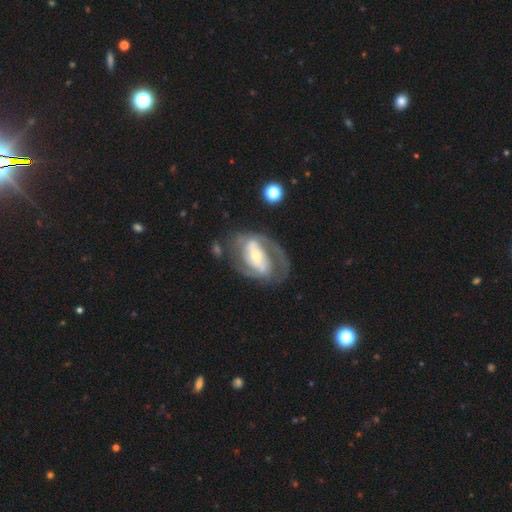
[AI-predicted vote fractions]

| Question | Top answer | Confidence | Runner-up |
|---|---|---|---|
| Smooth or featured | featured or disk | 82% | smooth (13%) |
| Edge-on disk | no | 96% | yes (4%) |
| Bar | strong | 47% | weak (29%) |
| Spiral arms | yes | 86% | no (14%) |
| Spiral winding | medium | 46% | tight (35%) |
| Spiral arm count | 2 | 74% | can't tell (12%) |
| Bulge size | small | 53% | moderate (38%) |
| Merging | none | 58% | major disturbance (20%) |